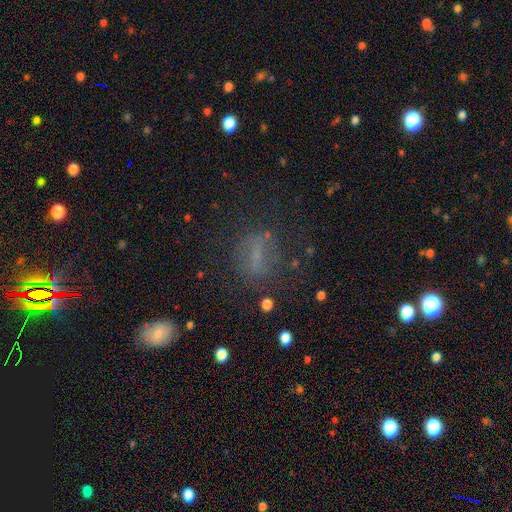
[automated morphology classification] The model was most divided on "how rounded": in between: 55%, round: 31%, cigar-shaped: 14%. More confident: merging — none (64%); smooth or featured — smooth (50%).